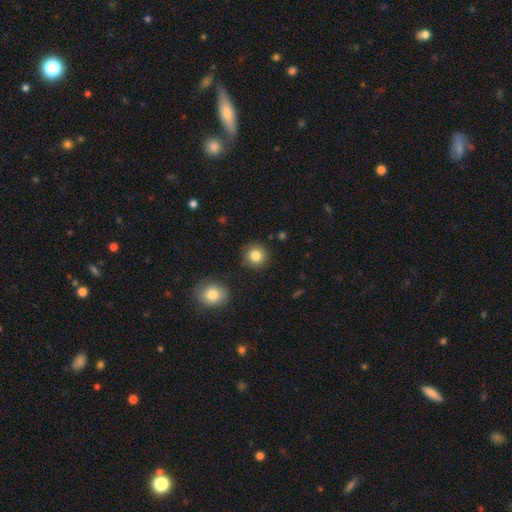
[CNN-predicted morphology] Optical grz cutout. It shows a smooth galaxy with no disk features (84%) that is round (93%). Merging: none (90%).